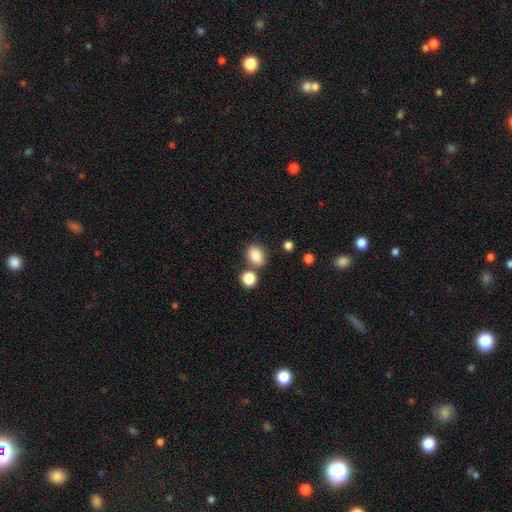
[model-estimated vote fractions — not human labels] Overall: smooth (85%). How rounded: in between (66%; round 33%). Merging: none (69%).